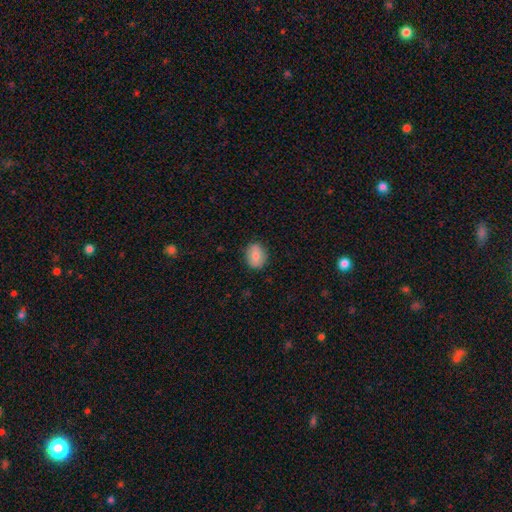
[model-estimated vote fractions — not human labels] Morphology: type=smooth (79%); roundness=in between (53%); merging=none (86%).